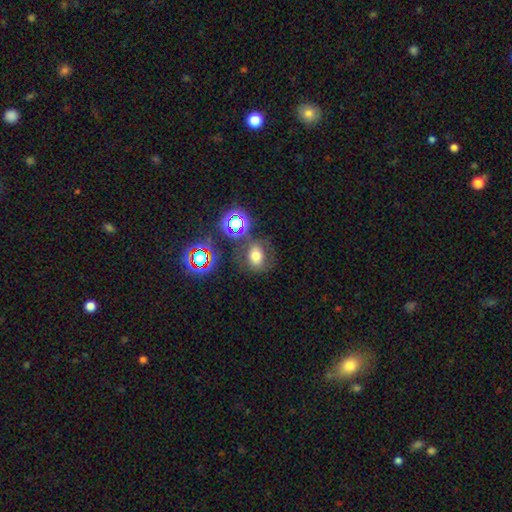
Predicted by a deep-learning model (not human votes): Smooth or featured? Predicted: smooth (p=0.59). How rounded? Predicted: round (p=0.52). Merging? Predicted: none (p=0.63).